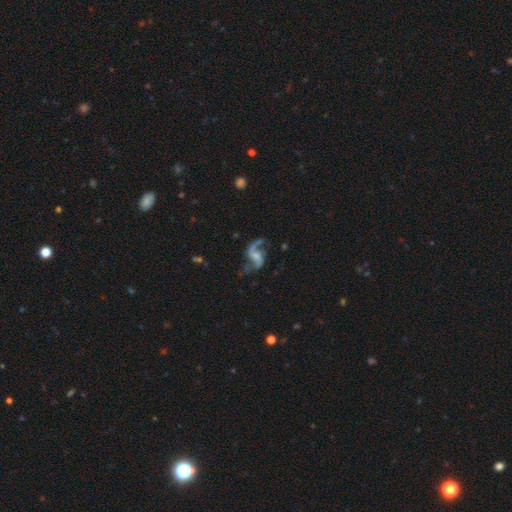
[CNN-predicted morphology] A featured or disk galaxy (88%) with a weak bar (46%), 2 (91%) loose (75%) spiral arms (95%) and a small central bulge (42%). Merging: none (62%).